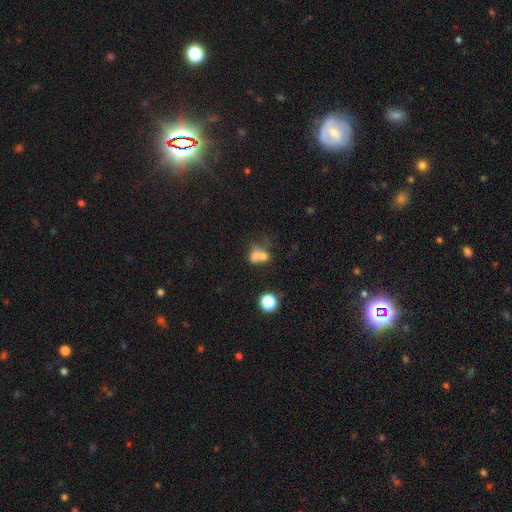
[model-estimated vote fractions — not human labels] This appears to be a smooth galaxy with no disk features (63%) that is round (53%). Merging: merger (61%).